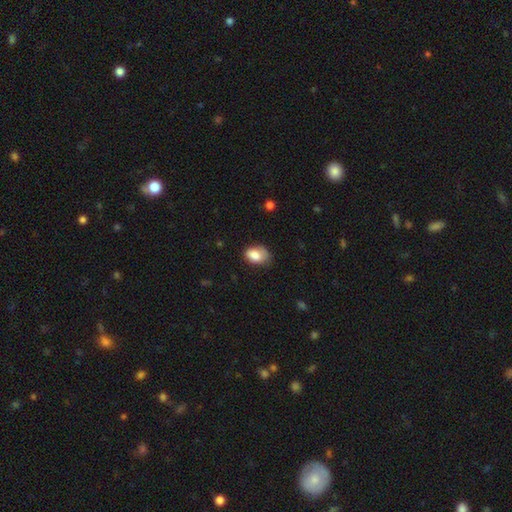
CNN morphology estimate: This is clearly a smooth galaxy (81%). How rounded: clearly in between (81%). Merging: possibly none (51%).